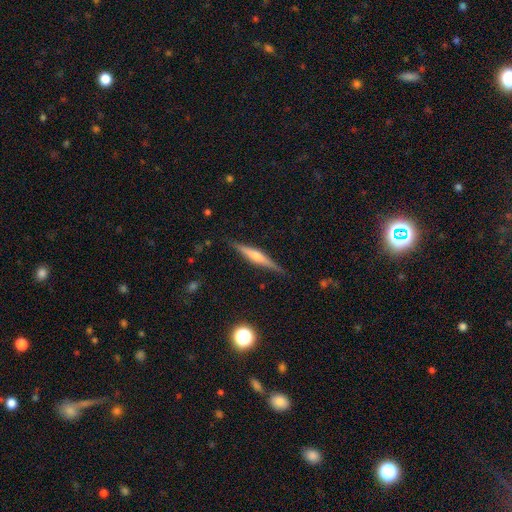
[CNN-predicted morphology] Q: Smooth or featured?
A: featured or disk (67%); runner-up: smooth (26%)
Q: Edge-on disk?
A: yes (97%); runner-up: no (3%)
Q: Edge-on bulge?
A: rounded (78%); runner-up: boxy (12%)
Q: Merging?
A: none (88%); runner-up: minor disturbance (9%)